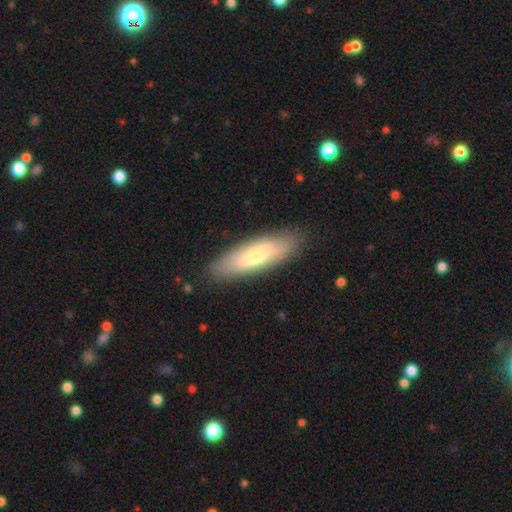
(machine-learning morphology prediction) A smooth galaxy with no disk features (55%) that is cigar-shaped (55%).

Vote fractions:
- Smooth or featured? smooth: 55% / featured or disk: 39% / star or artifact: 6%
- How rounded? cigar-shaped: 55% / in between: 44% / round: 2%
- Merging? none: 84% / minor disturbance: 11% / major disturbance: 3% / merger: 1%